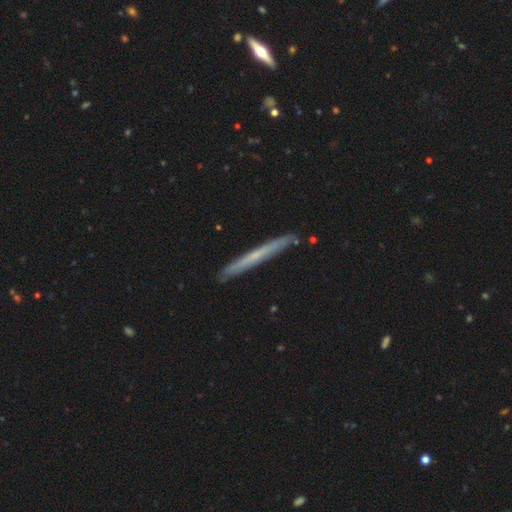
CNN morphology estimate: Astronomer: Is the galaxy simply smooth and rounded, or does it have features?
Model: featured or disk — 50% (runner-up: smooth, 43%).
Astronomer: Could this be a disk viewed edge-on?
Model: yes — 95%.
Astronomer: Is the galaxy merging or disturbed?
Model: none — 89%.